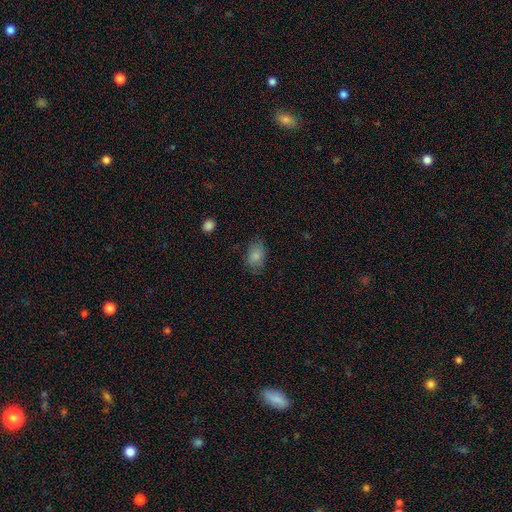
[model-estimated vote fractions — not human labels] Smooth or featured?
  - smooth: 83% *
  - featured or disk: 9%
  - star or artifact: 8%
How rounded?
  - in between: 84% *
  - round: 15%
  - cigar-shaped: 1%
Merging?
  - none: 72% *
  - minor disturbance: 20%
  - major disturbance: 6%
  - merger: 1%